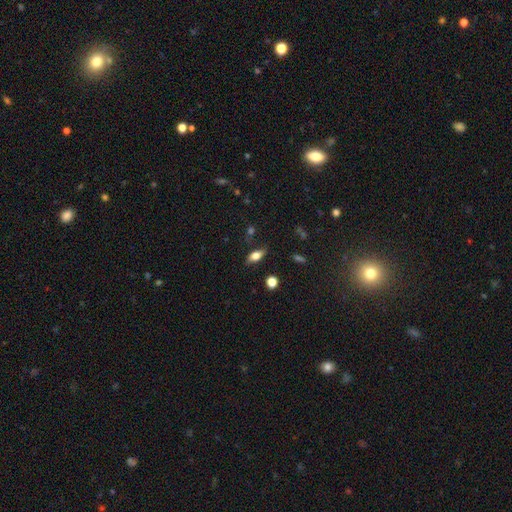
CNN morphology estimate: smooth 66%, featured or disk 25%, star or artifact 9%. Down the decision tree: how rounded — in between (78%); merging — none (75%).